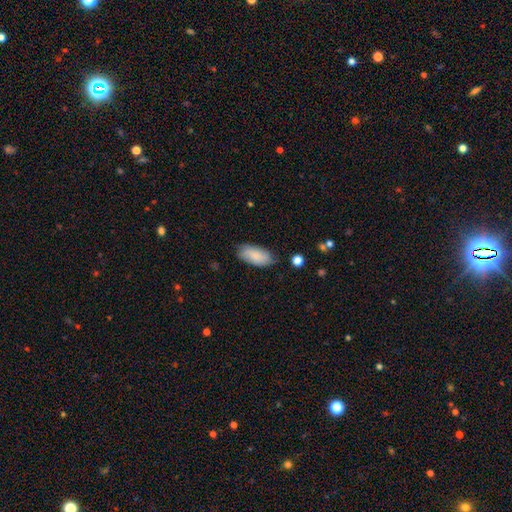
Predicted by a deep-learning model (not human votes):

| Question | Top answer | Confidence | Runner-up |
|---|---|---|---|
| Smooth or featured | smooth | 82% | featured or disk (12%) |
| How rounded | in between | 91% | cigar-shaped (6%) |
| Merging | none | 76% | minor disturbance (19%) |